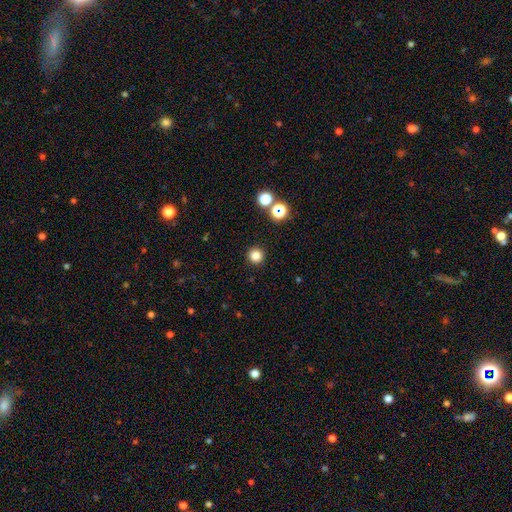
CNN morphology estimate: type=smooth (82%); roundness=round (96%); merging=none (92%).